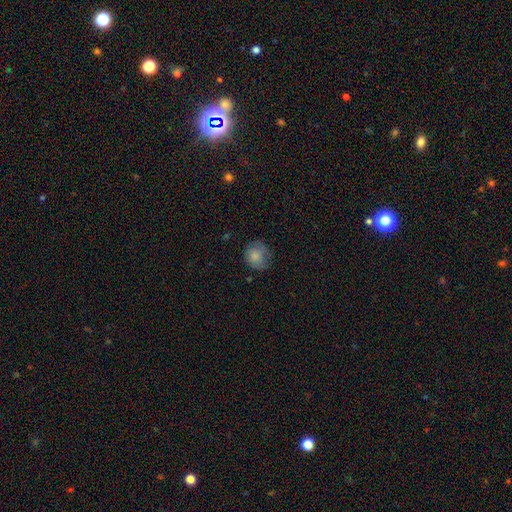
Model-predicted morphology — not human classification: This appears to be a smooth galaxy with no disk features (81%) that is round (78%). Merging: none (66%).